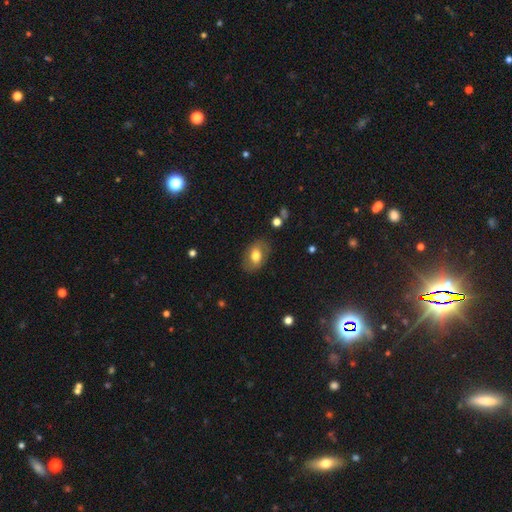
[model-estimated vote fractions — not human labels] The model was most divided on "smooth or featured": smooth: 61%, featured or disk: 31%, star or artifact: 8%. More confident: how rounded — in between (83%); merging — none (79%).